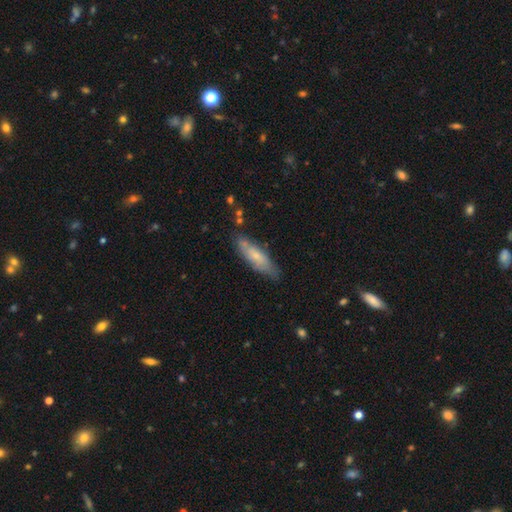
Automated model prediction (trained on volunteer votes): A smooth galaxy with no disk features (61%) that is cigar-shaped (59%). Merging: none (70%).